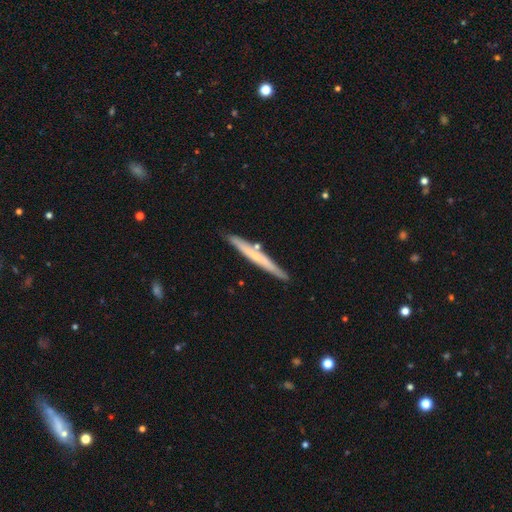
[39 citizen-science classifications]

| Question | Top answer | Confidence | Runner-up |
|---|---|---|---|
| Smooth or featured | smooth | 54% | featured or disk (44%) |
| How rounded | cigar-shaped | 100% | — |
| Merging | none | 84% | minor disturbance (16%) |